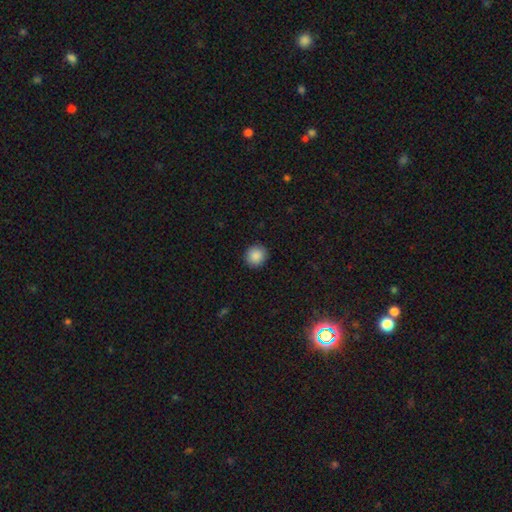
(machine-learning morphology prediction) A smooth galaxy with no disk features (88%) that is round (89%).

Vote fractions:
- Smooth or featured? smooth: 88% / star or artifact: 9% / featured or disk: 3%
- How rounded? round: 89% / in between: 10% / cigar-shaped: 1%
- Merging? none: 92% / minor disturbance: 5% / major disturbance: 2% / merger: 1%